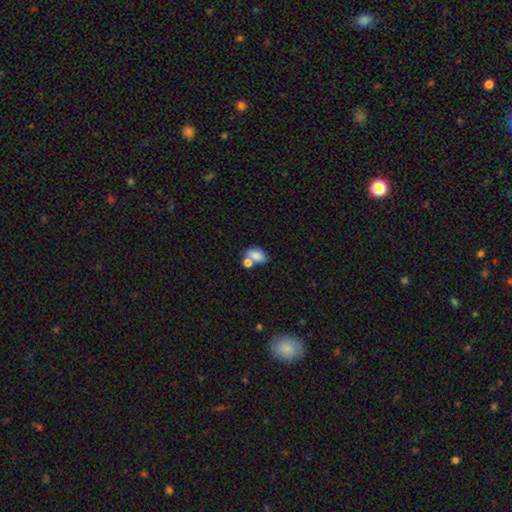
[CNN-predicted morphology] A smooth galaxy with no disk features (79%) that is in between round and cigar-shaped (85%).

Vote fractions:
- Smooth or featured? smooth: 79% / featured or disk: 12% / star or artifact: 9%
- How rounded? in between: 85% / round: 13% / cigar-shaped: 2%
- Merging? merger: 44% / none: 38% / minor disturbance: 13% / major disturbance: 6%